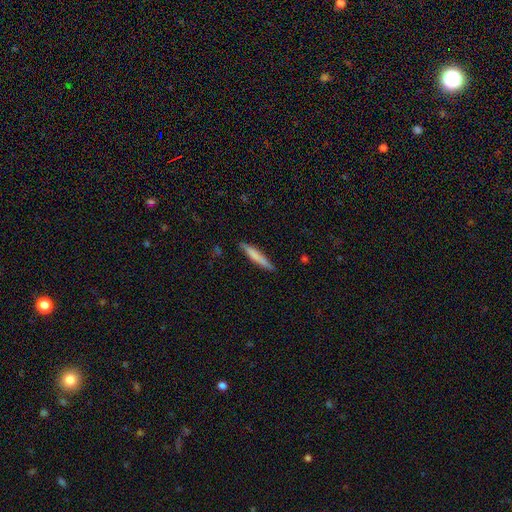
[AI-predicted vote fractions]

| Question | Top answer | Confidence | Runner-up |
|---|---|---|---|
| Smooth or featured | smooth | 71% | featured or disk (23%) |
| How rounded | cigar-shaped | 93% | in between (5%) |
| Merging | none | 85% | minor disturbance (11%) |